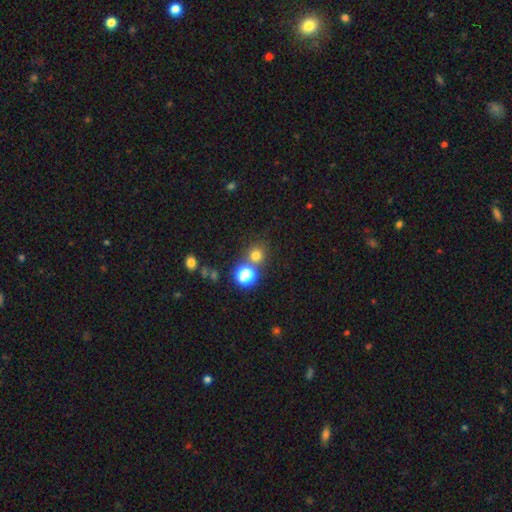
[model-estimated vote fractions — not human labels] Smooth or featured? Predicted: smooth (p=0.70). How rounded? Predicted: round (p=0.89). Merging? Predicted: none (p=0.71).